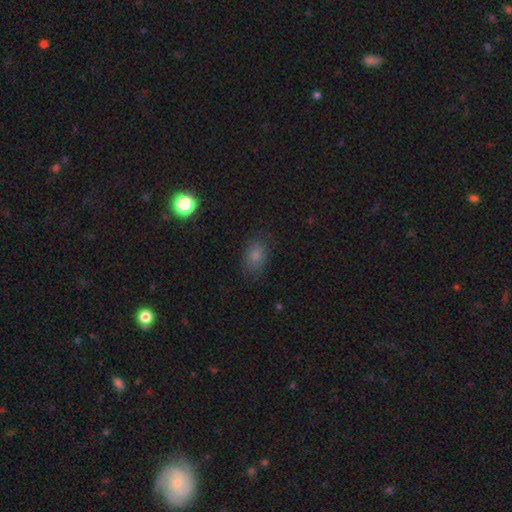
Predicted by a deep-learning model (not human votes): This appears to be a smooth galaxy with no disk features (76%) that is in between round and cigar-shaped (75%). Merging: none (82%).